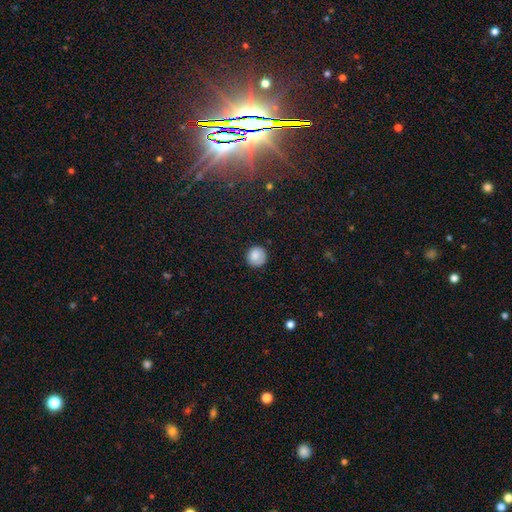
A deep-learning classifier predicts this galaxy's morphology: Smooth or featured: smooth — 84% (star or artifact — 9%)
How rounded: round — 92% (in between — 7%)
Merging: none — 82% (minor disturbance — 13%)